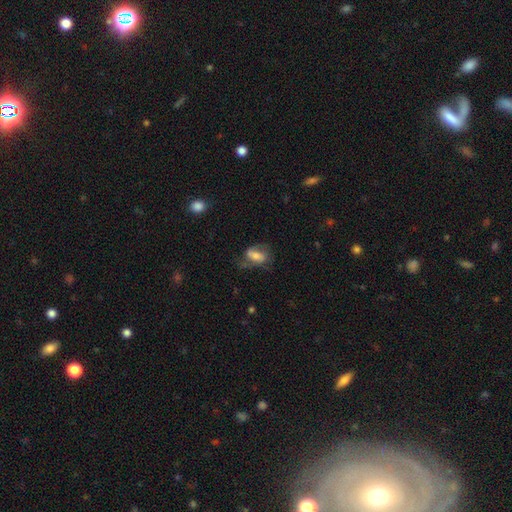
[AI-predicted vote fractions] smooth_or_featured: smooth (p=0.46) [tied with: featured or disk p=0.46]
merging: none (p=0.45) [alt: major disturbance p=0.27]